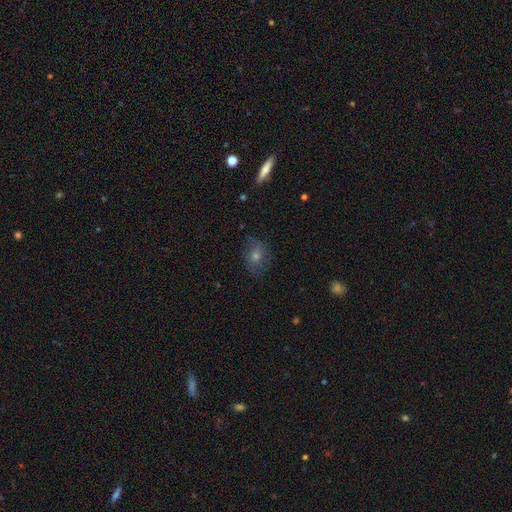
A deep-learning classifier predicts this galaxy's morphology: A featured or disk galaxy (41%). Merging: none (73%).